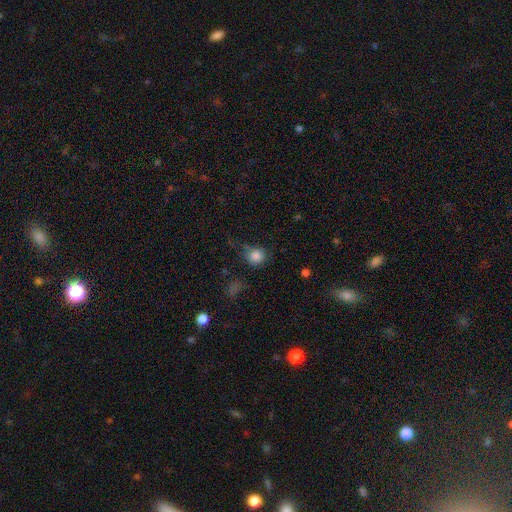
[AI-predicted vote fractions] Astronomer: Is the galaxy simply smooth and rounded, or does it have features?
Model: smooth — 84%.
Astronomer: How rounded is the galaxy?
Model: round — 88%.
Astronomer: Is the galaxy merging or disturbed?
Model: none — 62%.